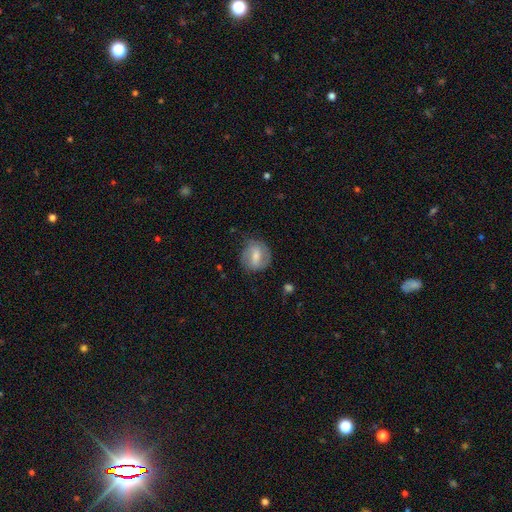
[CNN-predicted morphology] smooth-or-featured: smooth: 50% | featured or disk: 43% | star or artifact: 7%
  merging: none: 70% | minor disturbance: 21% | major disturbance: 8% | merger: 2%